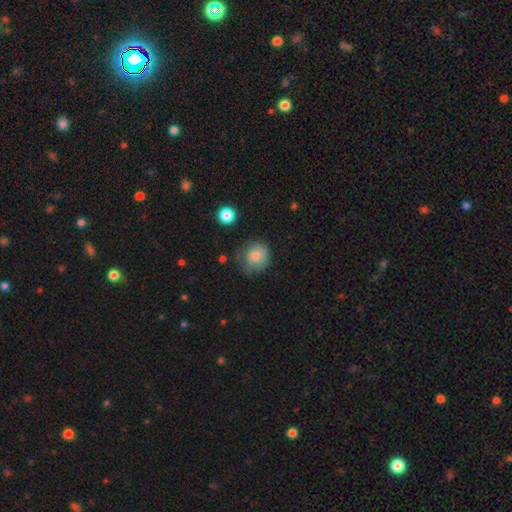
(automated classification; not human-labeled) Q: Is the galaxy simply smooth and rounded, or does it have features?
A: smooth — 77%.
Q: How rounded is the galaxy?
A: round — 82%.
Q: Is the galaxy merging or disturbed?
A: none — 59%.